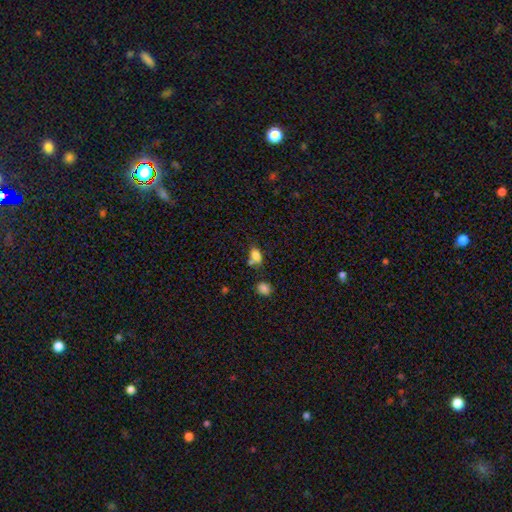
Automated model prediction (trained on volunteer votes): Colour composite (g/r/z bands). It shows a smooth galaxy with no disk features (80%) that is in between round and cigar-shaped (83%). Merging: none (51%).